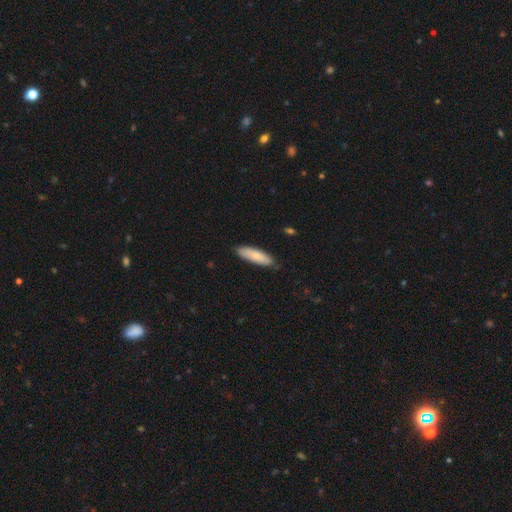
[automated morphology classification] This is likely a smooth galaxy (78%). How rounded: possibly cigar-shaped (50%). Merging: clearly none (82%).